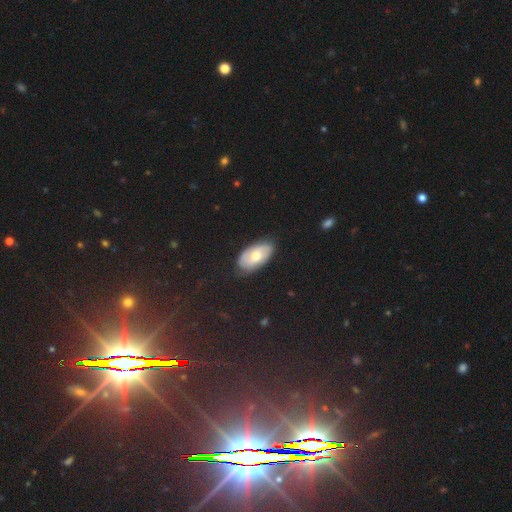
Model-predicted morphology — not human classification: smooth_or_featured: smooth (p=0.52) [alt: featured or disk p=0.40]
how_rounded: in between (p=0.94) [alt: round p=0.04]
merging: none (p=0.80) [alt: minor disturbance p=0.16]